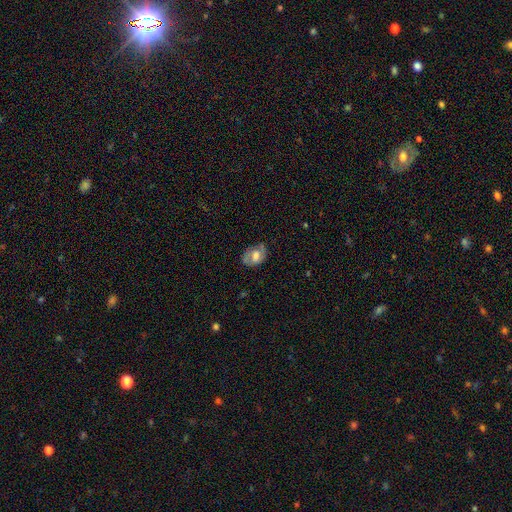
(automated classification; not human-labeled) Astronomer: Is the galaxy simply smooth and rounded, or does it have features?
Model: smooth — 48% (runner-up: featured or disk, 45%).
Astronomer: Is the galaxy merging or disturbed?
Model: none — 61%.